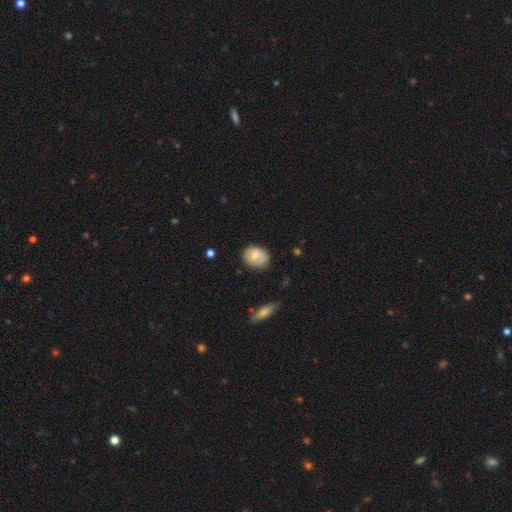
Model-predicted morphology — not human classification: Smooth or featured: smooth — 70% (featured or disk — 23%)
How rounded: in between — 58% (round — 41%)
Merging: none — 71% (minor disturbance — 22%)